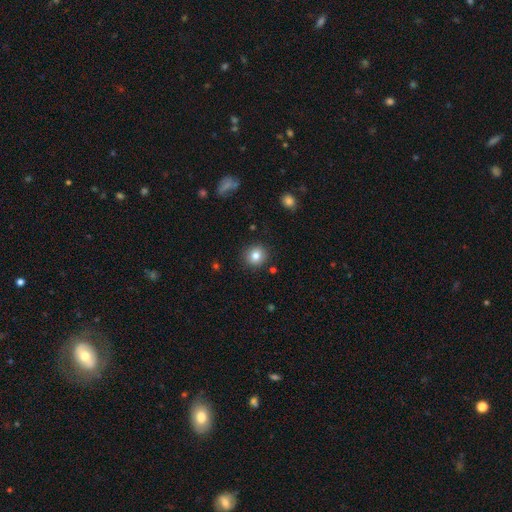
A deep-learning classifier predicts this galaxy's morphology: Smooth or featured?
  - smooth: 82% *
  - star or artifact: 10%
  - featured or disk: 7%
How rounded?
  - round: 88% *
  - in between: 11%
  - cigar-shaped: 1%
Merging?
  - none: 89% *
  - minor disturbance: 7%
  - major disturbance: 2%
  - merger: 2%